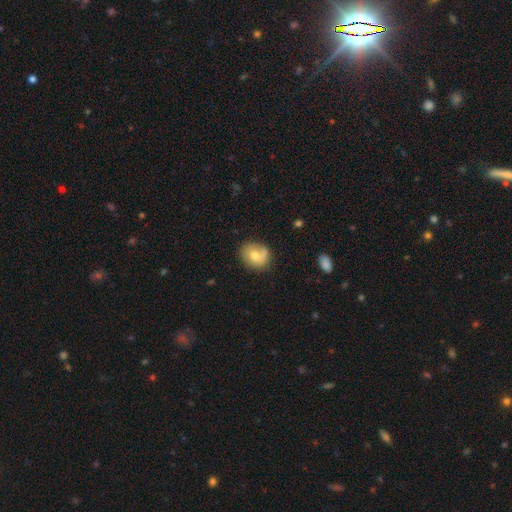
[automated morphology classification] smooth 59%, featured or disk 32%, star or artifact 8%. Down the decision tree: how rounded — round (67%); merging — none (67%).